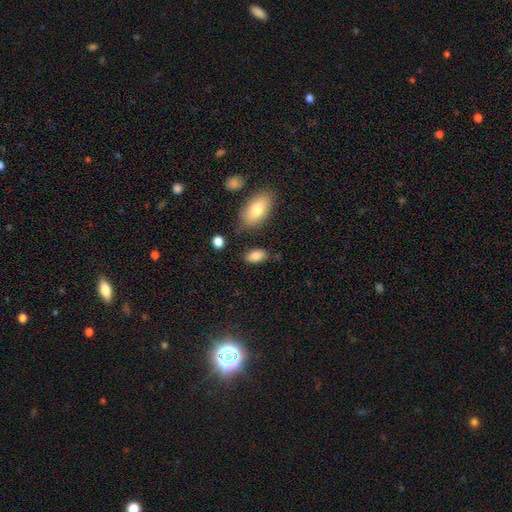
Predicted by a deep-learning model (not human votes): smooth_or_featured: smooth (p=0.85) [alt: star or artifact p=0.08]
how_rounded: in between (p=0.91) [alt: round p=0.05]
merging: none (p=0.77) [alt: minor disturbance p=0.15]